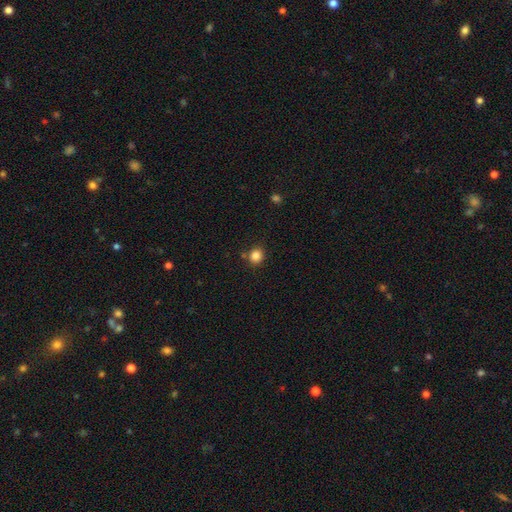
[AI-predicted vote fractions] Smooth or featured: smooth — 84% (star or artifact — 12%)
How rounded: round — 86% (in between — 13%)
Merging: none — 82% (minor disturbance — 10%)